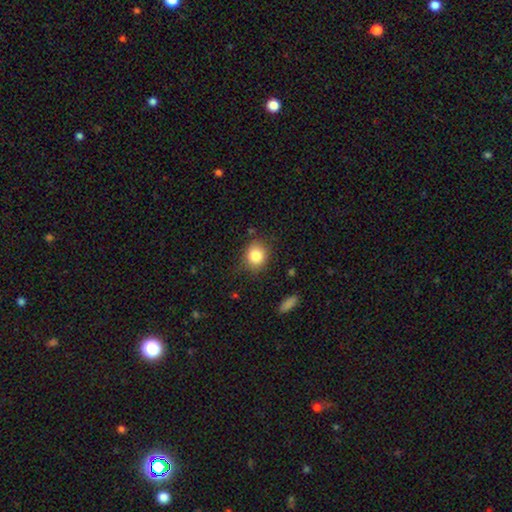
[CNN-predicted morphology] smooth-or-featured: smooth: 83% | star or artifact: 9% | featured or disk: 7%
  how-rounded: round: 67% | in between: 32% | cigar-shaped: 1%
  merging: none: 80% | minor disturbance: 14% | major disturbance: 4% | merger: 2%